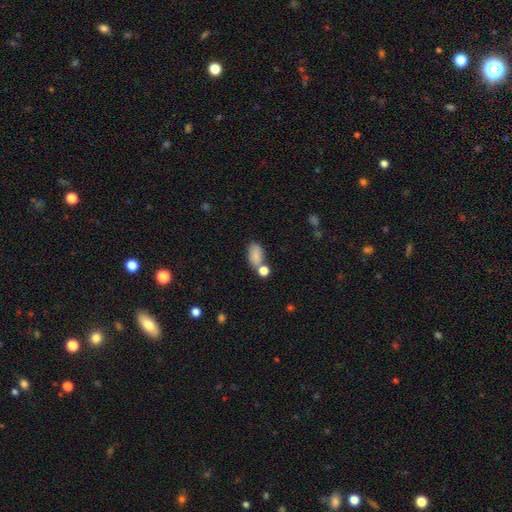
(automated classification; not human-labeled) smooth-or-featured: smooth: 84% | star or artifact: 9% | featured or disk: 7%
  how-rounded: in between: 89% | round: 9% | cigar-shaped: 2%
  merging: none: 53% | merger: 26% | minor disturbance: 15% | major disturbance: 6%